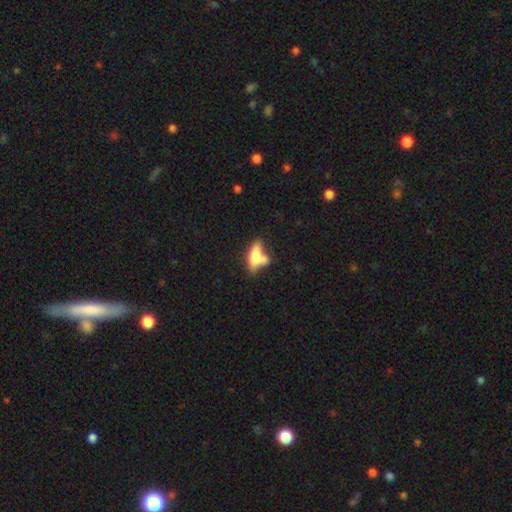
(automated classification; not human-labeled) Smooth or featured? smooth (64%)
How rounded? in between (69%)
Merging? merger (37%)